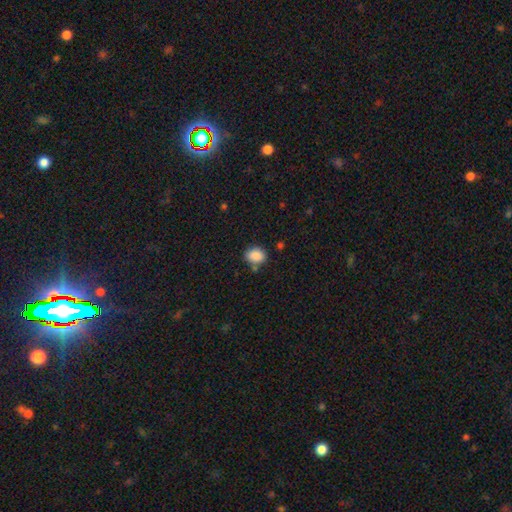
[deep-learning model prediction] This is clearly a smooth galaxy (88%). How rounded: likely in between (62%). Merging: likely none (75%).